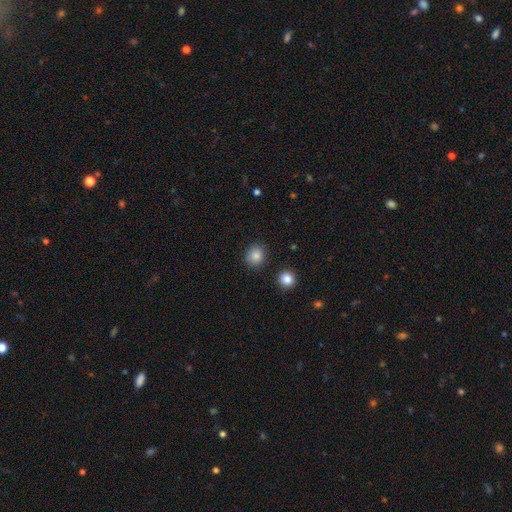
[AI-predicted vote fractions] Smooth or featured? Predicted: smooth (p=0.85). How rounded? Predicted: round (p=0.78). Merging? Predicted: none (p=0.87).